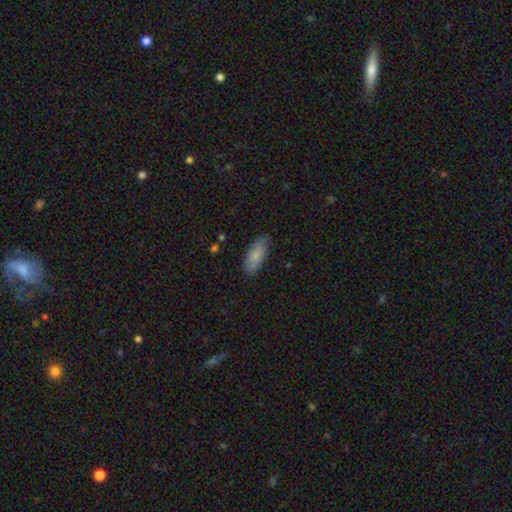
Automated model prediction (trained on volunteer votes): This appears to be a smooth galaxy with no disk features (79%) that is in between round and cigar-shaped (80%). Merging: none (78%).